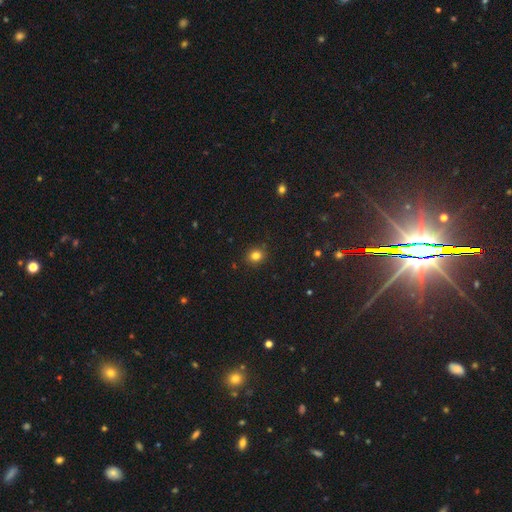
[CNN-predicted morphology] Smooth or featured? smooth (81%)
How rounded? round (73%)
Merging? none (88%)